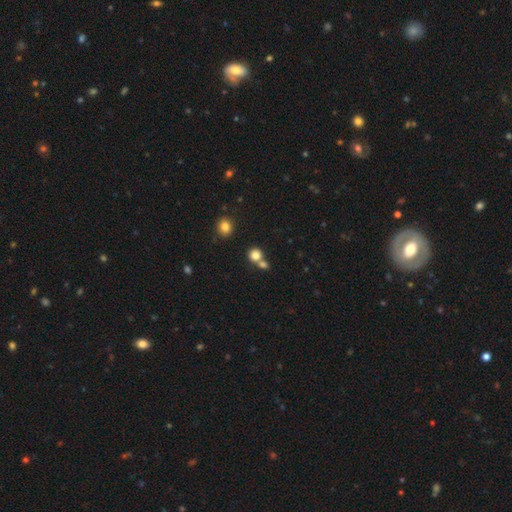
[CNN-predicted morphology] This appears to be a smooth galaxy with no disk features (81%) that is round (86%). Merging: none (51%).